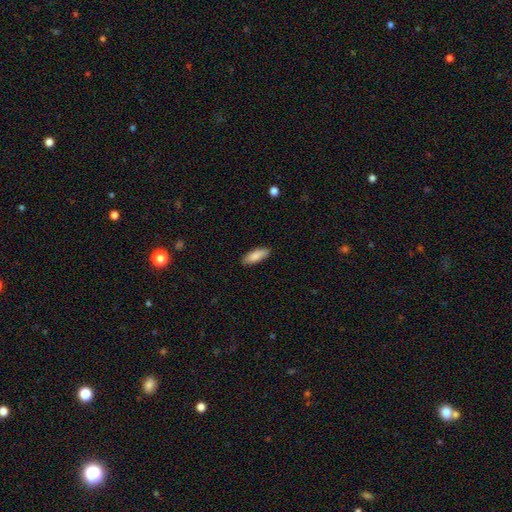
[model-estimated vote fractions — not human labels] Smooth or featured? smooth (87%)
How rounded? in between (67%)
Merging? none (87%)